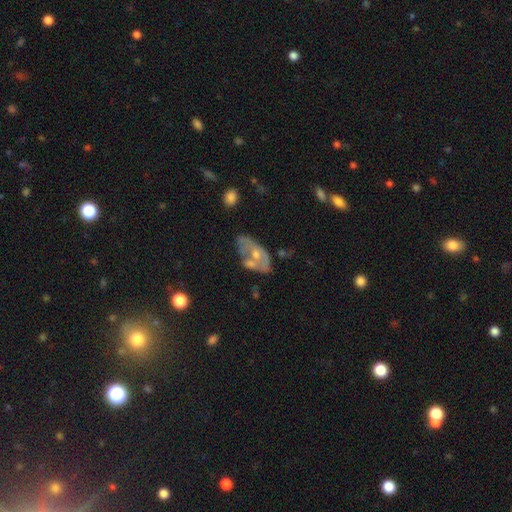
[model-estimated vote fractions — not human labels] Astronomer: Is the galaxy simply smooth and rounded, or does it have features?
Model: featured or disk — 54% (runner-up: smooth, 38%).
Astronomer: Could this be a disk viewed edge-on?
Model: no — 92%.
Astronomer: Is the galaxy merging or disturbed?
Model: merger — 30% (runner-up: none, 29%).